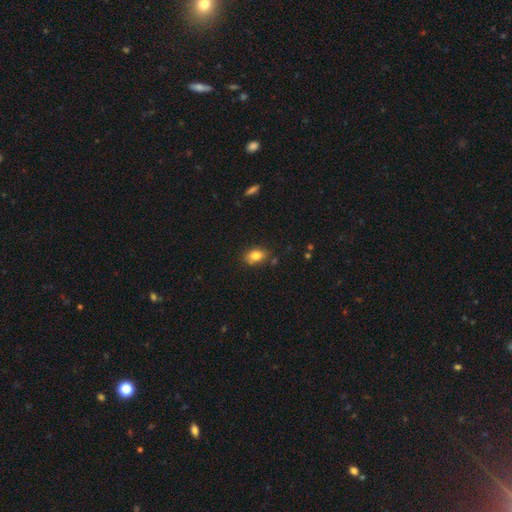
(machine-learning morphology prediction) A smooth galaxy with no disk features (82%) that is in between round and cigar-shaped (79%).

Vote fractions:
- Smooth or featured? smooth: 82% / featured or disk: 9% / star or artifact: 9%
- How rounded? in between: 79% / round: 19% / cigar-shaped: 2%
- Merging? none: 77% / minor disturbance: 16% / merger: 4% / major disturbance: 3%